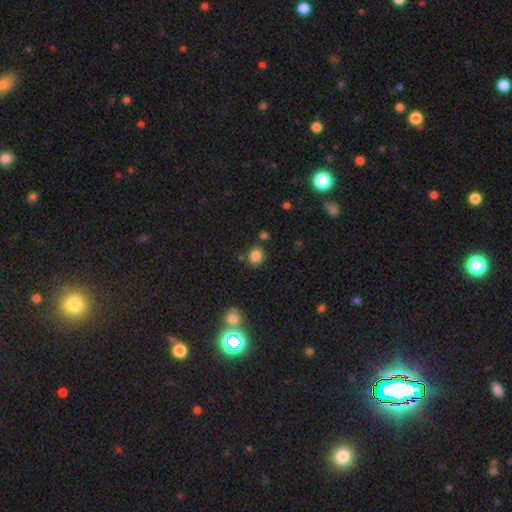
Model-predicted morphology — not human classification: Smooth or featured? smooth (83%)
How rounded? round (74%)
Merging? none (78%)